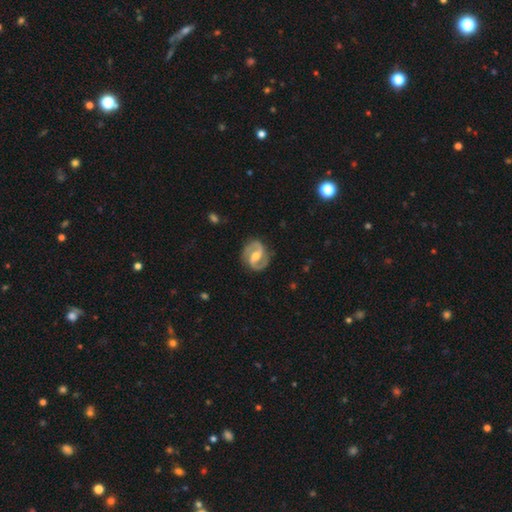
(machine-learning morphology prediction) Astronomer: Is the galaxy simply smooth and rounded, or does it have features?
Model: featured or disk — 90%.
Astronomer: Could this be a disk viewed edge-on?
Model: no — 98%.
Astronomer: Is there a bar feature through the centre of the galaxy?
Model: weak — 44% (runner-up: strong, 36%).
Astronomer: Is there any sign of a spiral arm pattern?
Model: yes — 97%.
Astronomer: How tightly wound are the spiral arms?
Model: medium — 58%.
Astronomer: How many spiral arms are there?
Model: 2 — 94%.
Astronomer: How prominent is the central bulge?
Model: moderate — 68%.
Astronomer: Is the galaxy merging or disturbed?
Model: none — 85%.